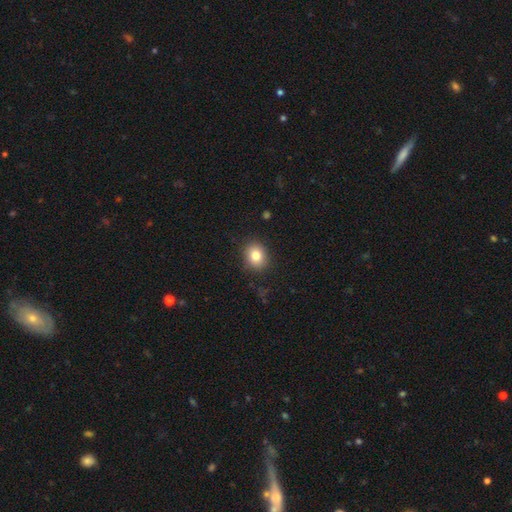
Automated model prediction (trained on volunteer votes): This appears to be a smooth galaxy with no disk features (82%) that is round (60%). Merging: none (87%).